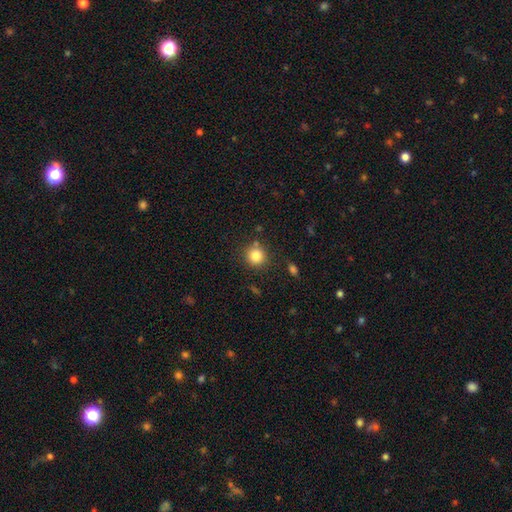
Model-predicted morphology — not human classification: A smooth galaxy with no disk features (82%) that is round (92%).

Vote fractions:
- Smooth or featured? smooth: 82% / star or artifact: 11% / featured or disk: 6%
- How rounded? round: 92% / in between: 7% / cigar-shaped: 1%
- Merging? none: 82% / minor disturbance: 9% / merger: 5% / major disturbance: 3%